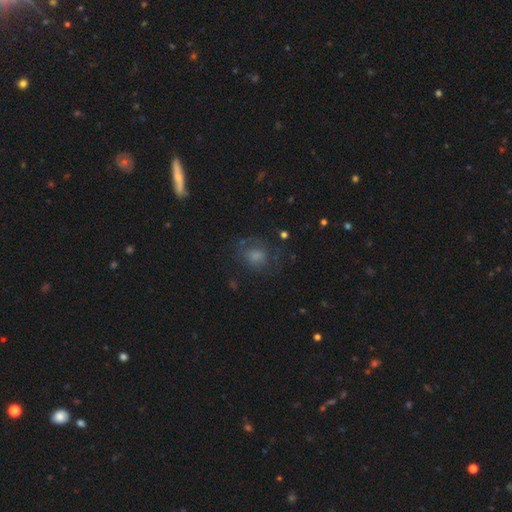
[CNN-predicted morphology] Smooth or featured?
  - smooth: 40% *
  - featured or disk: 38%
  - star or artifact: 22%
Merging?
  - none: 68% *
  - minor disturbance: 17%
  - major disturbance: 13%
  - merger: 2%